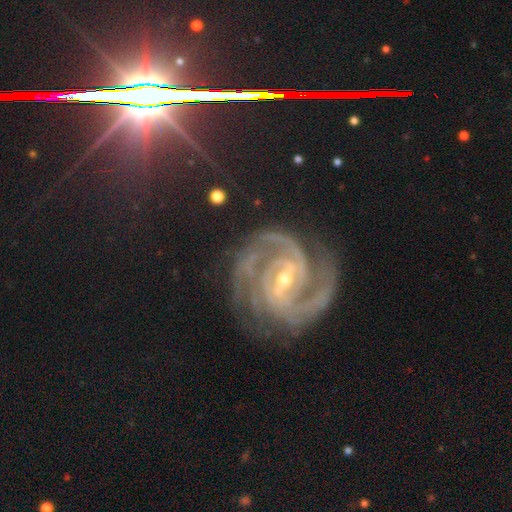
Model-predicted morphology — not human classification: smooth-or-featured: featured or disk: 88% | star or artifact: 9% | smooth: 3%
  disk-edge-on: no: 97% | yes: 3%
    bar: strong: 55% | weak: 30% | no: 14%
    has-spiral-arms: yes: 99% | no: 1%
      spiral-winding: medium: 48% | tight: 44% | loose: 8%
      spiral-arm-count: 2: 69% | 3: 15% | can't tell: 5% | 4: 5% | 1: 4% | more than 4: 3%
    bulge-size: small: 72% | moderate: 25% | none: 1% | large: 1% | dominant: 1%
  merging: none: 77% | minor disturbance: 14% | major disturbance: 7% | merger: 2%